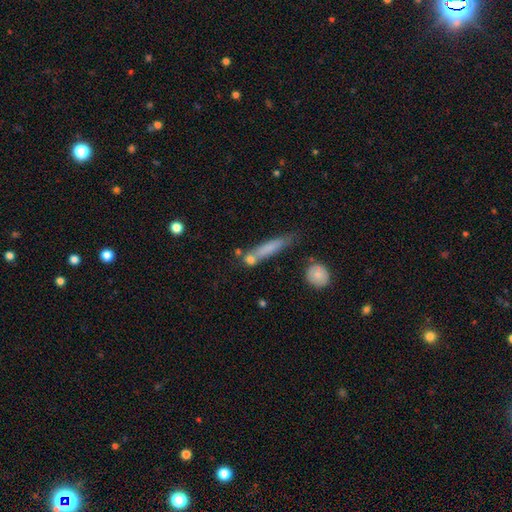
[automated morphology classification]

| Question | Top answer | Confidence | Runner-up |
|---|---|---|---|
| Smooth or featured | smooth | 65% | featured or disk (26%) |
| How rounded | cigar-shaped | 86% | in between (11%) |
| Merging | none | 56% | minor disturbance (19%) |